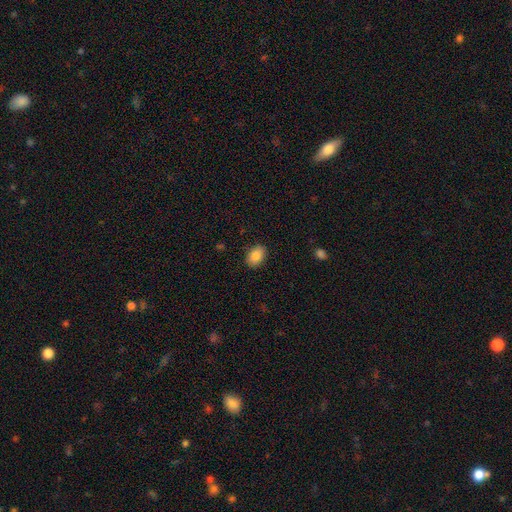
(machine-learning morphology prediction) This is clearly a smooth galaxy (85%). How rounded: likely in between (73%). Merging: clearly none (87%).